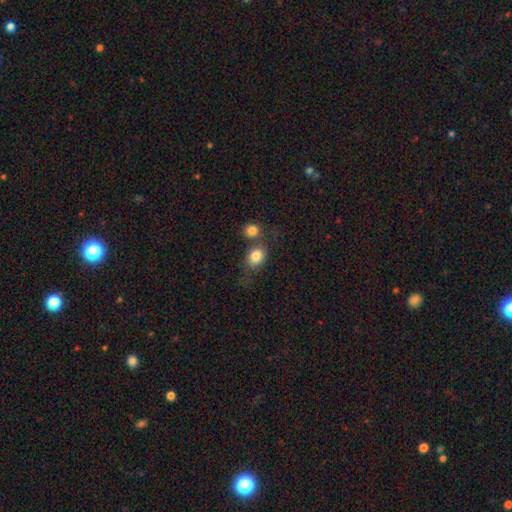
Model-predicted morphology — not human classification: Smooth or featured? Predicted: smooth (p=0.81). How rounded? Predicted: round (p=0.62). Merging? Predicted: none (p=0.43).